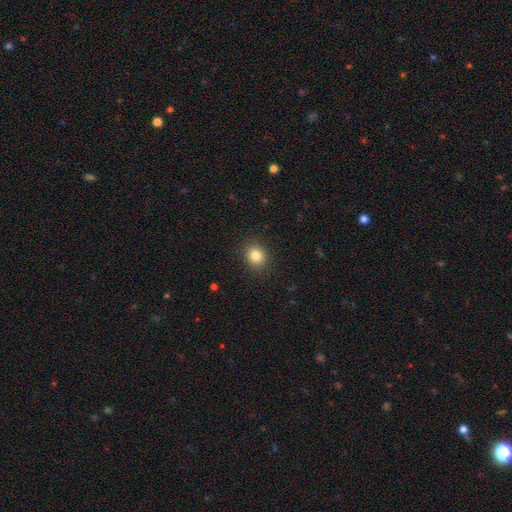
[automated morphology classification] This is clearly a smooth galaxy (83%). How rounded: likely round (71%). Merging: clearly none (89%).